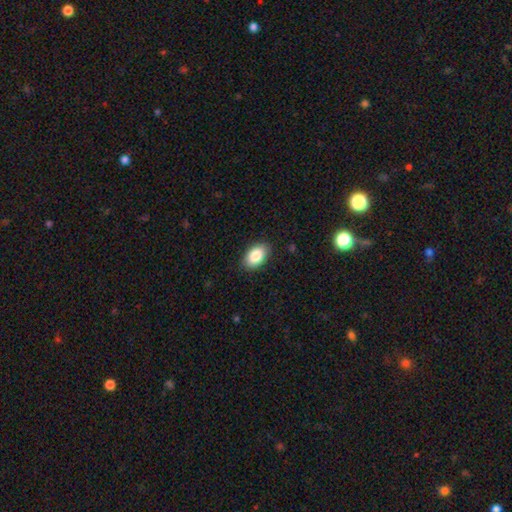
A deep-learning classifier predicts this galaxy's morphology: Smooth or featured? Predicted: smooth (p=0.86). How rounded? Predicted: in between (p=0.92). Merging? Predicted: none (p=0.87).